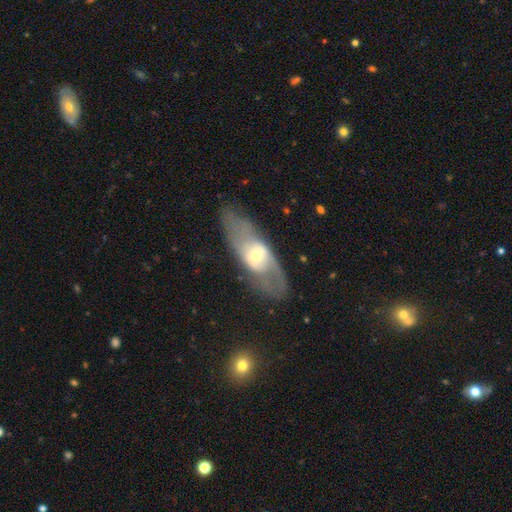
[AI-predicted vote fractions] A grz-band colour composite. It shows a featured or disk galaxy (68%) with no bar (64%), spiral arms (58%) and a moderate central bulge (48%). Merging: none (66%).